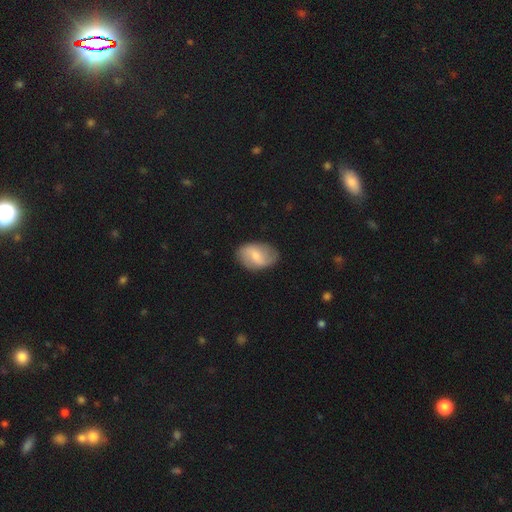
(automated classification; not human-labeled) Smooth or featured: smooth — 49% (featured or disk — 44%)
Merging: none — 79% (minor disturbance — 15%)